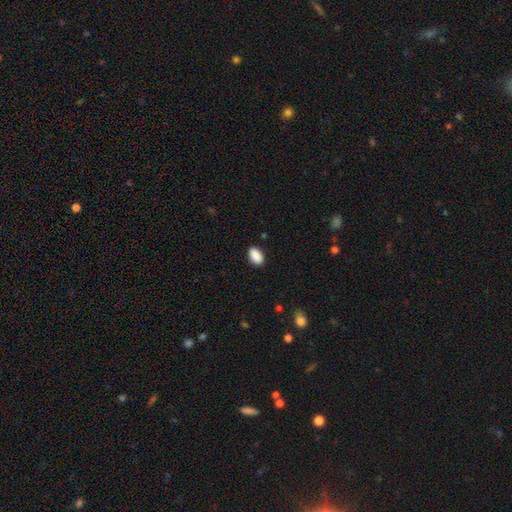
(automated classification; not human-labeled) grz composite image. It shows a smooth galaxy with no disk features (90%) that is in between round and cigar-shaped (92%). Merging: none (88%).